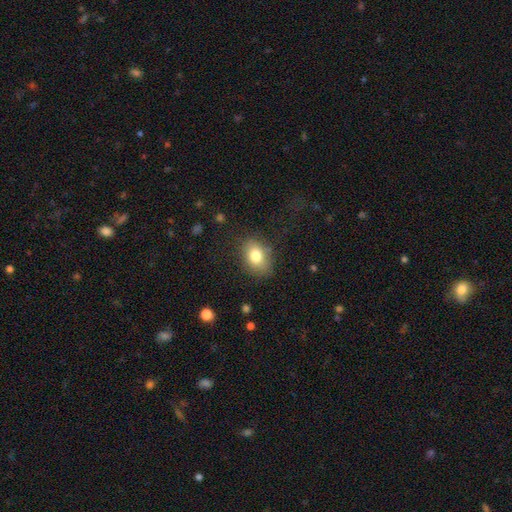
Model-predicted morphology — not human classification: Smooth or featured? smooth (80%)
How rounded? in between (77%)
Merging? none (76%)